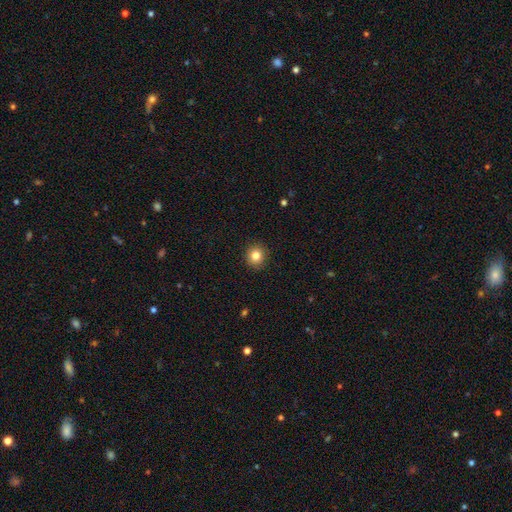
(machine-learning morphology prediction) Smooth or featured? Predicted: smooth (p=0.83). How rounded? Predicted: round (p=0.89). Merging? Predicted: none (p=0.91).